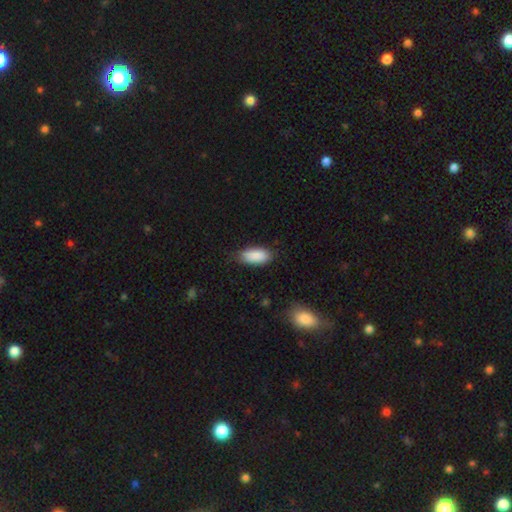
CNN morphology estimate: This appears to be a smooth galaxy with no disk features (89%) that is in between round and cigar-shaped (87%). Merging: none (80%).